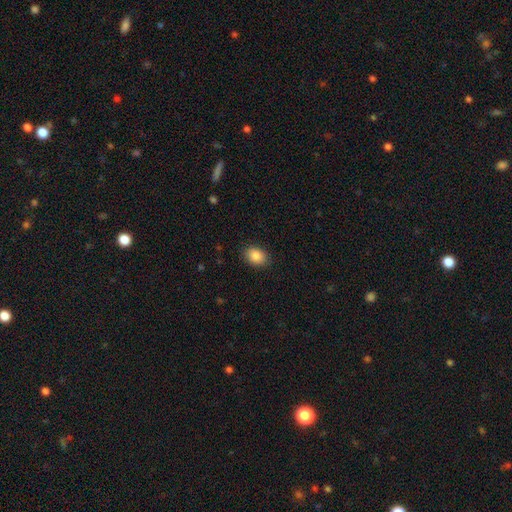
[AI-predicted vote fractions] Smooth or featured: smooth — 88% (star or artifact — 8%)
How rounded: in between — 75% (round — 24%)
Merging: none — 88% (minor disturbance — 9%)